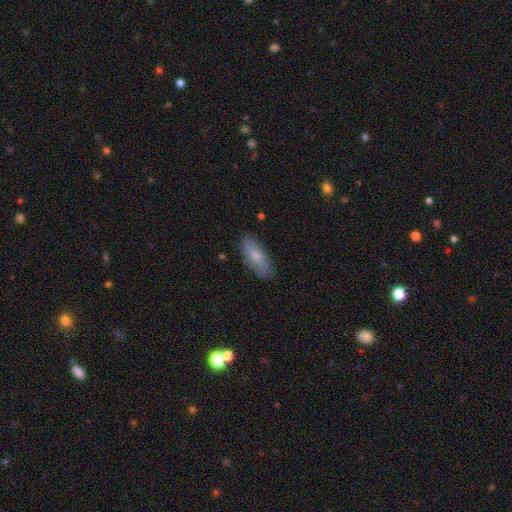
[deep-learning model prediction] Smooth or featured? Predicted: smooth (p=0.73). How rounded? Predicted: in between (p=0.76). Merging? Predicted: none (p=0.83).